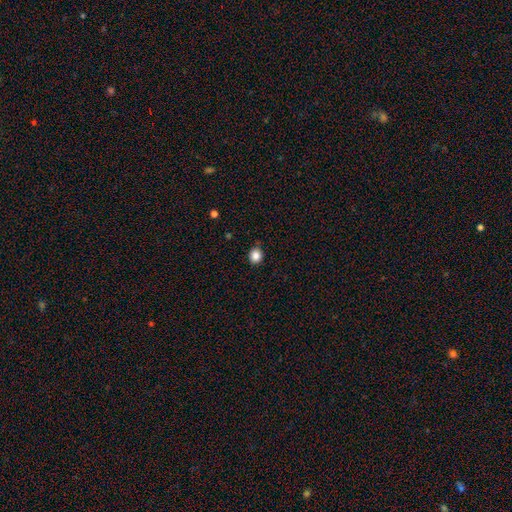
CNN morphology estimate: The model was most divided on "how rounded": round: 76%, in between: 23%, cigar-shaped: 1%. More confident: merging — none (88%); smooth or featured — smooth (86%).